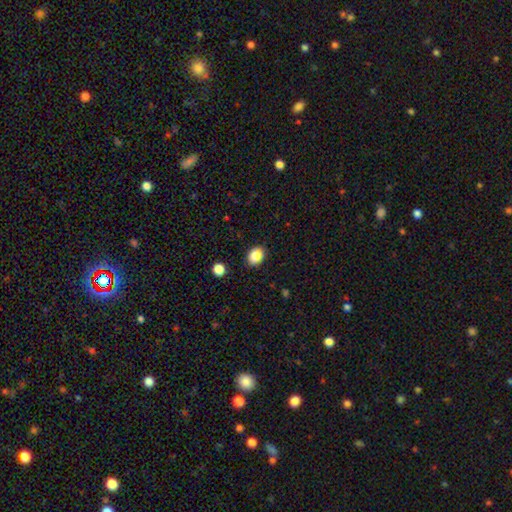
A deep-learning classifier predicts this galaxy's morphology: Smooth or featured?
  - smooth: 86% *
  - star or artifact: 9%
  - featured or disk: 5%
How rounded?
  - in between: 57% *
  - round: 42%
  - cigar-shaped: 1%
Merging?
  - none: 88% *
  - minor disturbance: 8%
  - major disturbance: 2%
  - merger: 2%